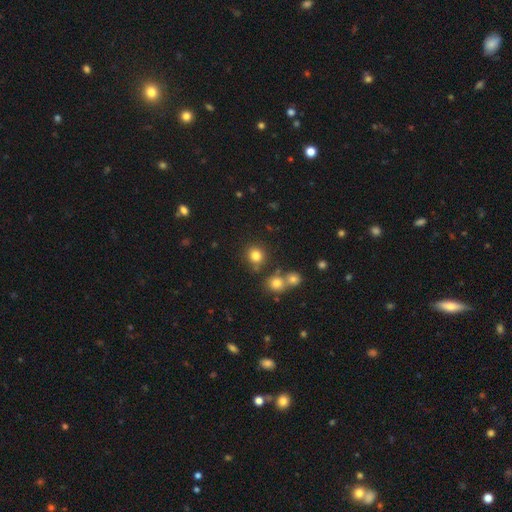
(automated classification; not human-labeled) Q: Smooth or featured?
A: smooth (80%); runner-up: star or artifact (14%)
Q: How rounded?
A: round (87%); runner-up: in between (12%)
Q: Merging?
A: none (78%); runner-up: merger (11%)